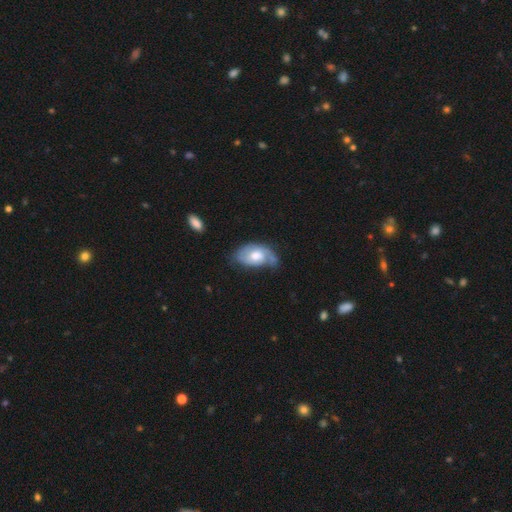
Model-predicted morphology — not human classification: smooth-or-featured: featured or disk: 59% | smooth: 35% | star or artifact: 6%
  disk-edge-on: no: 94% | yes: 6%
    bar: no: 69% | weak: 27% | strong: 4%
    has-spiral-arms: yes: 79% | no: 21%
    bulge-size: moderate: 64% | small: 17% | large: 15% | none: 2% | dominant: 1%
  merging: none: 44% | minor disturbance: 34% | major disturbance: 17% | merger: 5%